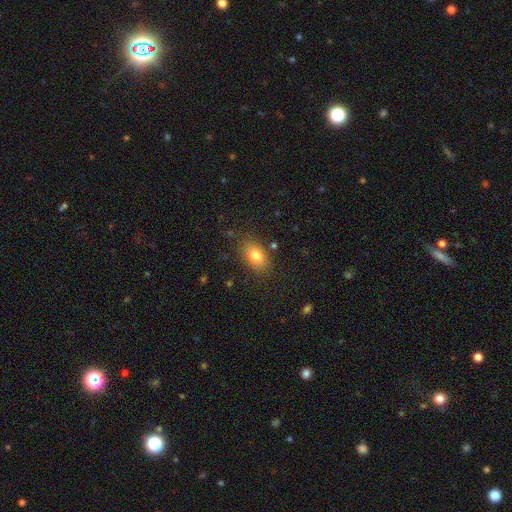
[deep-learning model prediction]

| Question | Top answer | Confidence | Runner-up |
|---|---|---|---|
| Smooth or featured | smooth | 80% | featured or disk (10%) |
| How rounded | in between | 84% | round (14%) |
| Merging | none | 82% | minor disturbance (12%) |